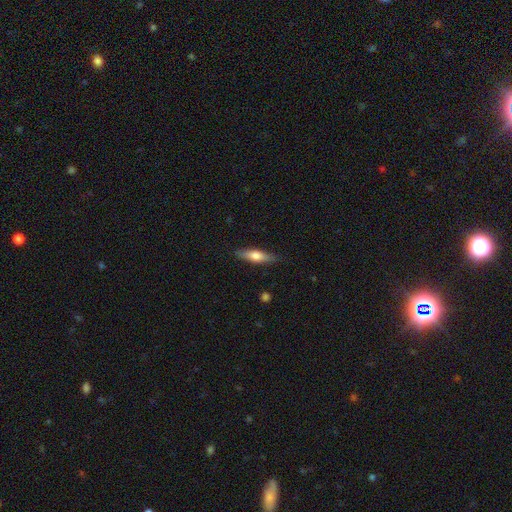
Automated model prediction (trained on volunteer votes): smooth-or-featured: smooth: 56% | featured or disk: 38% | star or artifact: 6%
  how-rounded: cigar-shaped: 66% | in between: 32% | round: 2%
  merging: none: 86% | minor disturbance: 10% | major disturbance: 2% | merger: 1%